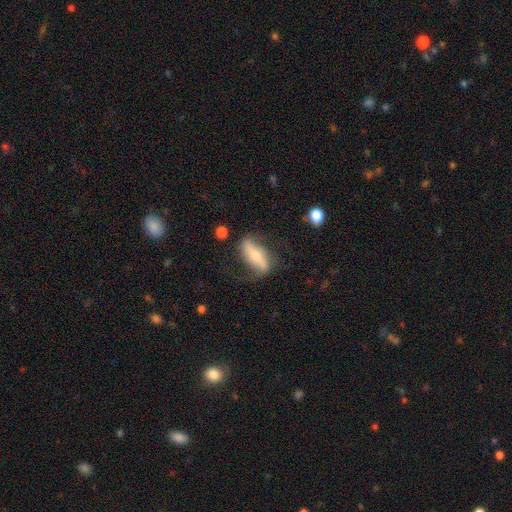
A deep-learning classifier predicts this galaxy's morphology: Overall: featured or disk (57%; smooth 36%). Edge-on disk: no (65%; yes 35%). Merging: none (64%).